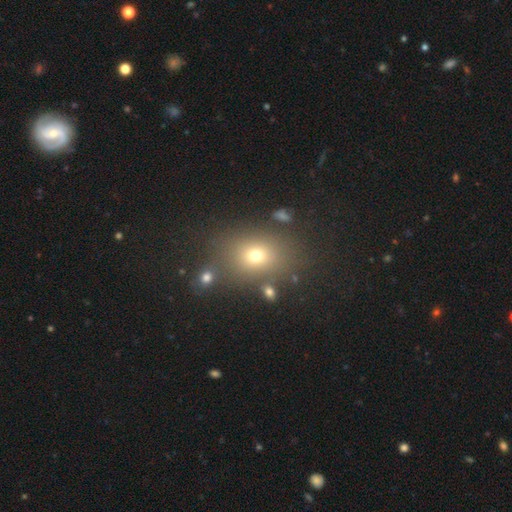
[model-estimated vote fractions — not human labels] Overall: smooth (69%). How rounded: in between (52%; round 47%). Merging: none (74%).